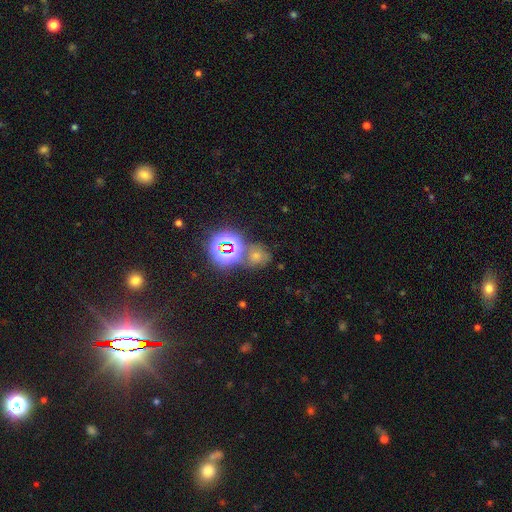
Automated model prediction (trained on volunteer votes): Smooth or featured? star or artifact (59%)